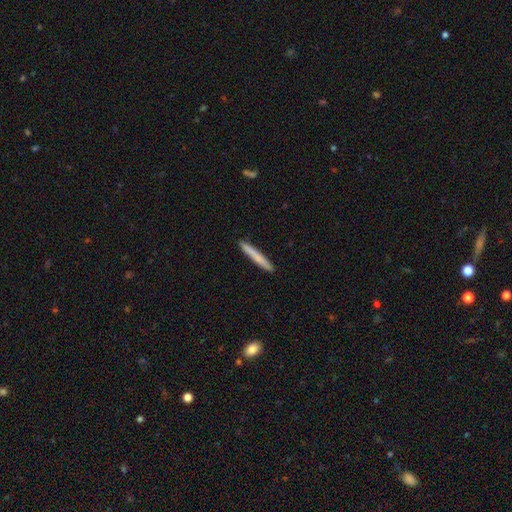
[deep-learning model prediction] Overall: smooth (72%). How rounded: cigar-shaped (96%). Merging: none (92%).